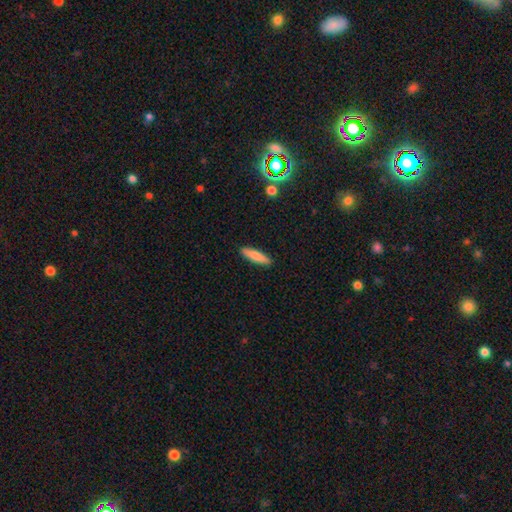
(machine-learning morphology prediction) This is clearly a smooth galaxy (80%). How rounded: likely cigar-shaped (77%). Merging: clearly none (91%).